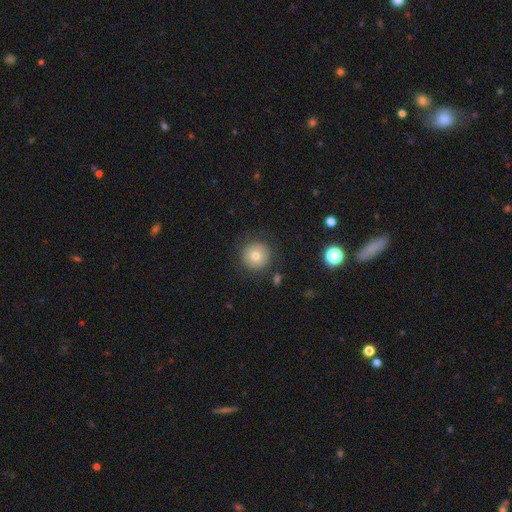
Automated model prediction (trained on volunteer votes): Smooth or featured? Predicted: smooth (p=0.74). How rounded? Predicted: round (p=0.95). Merging? Predicted: none (p=0.85).